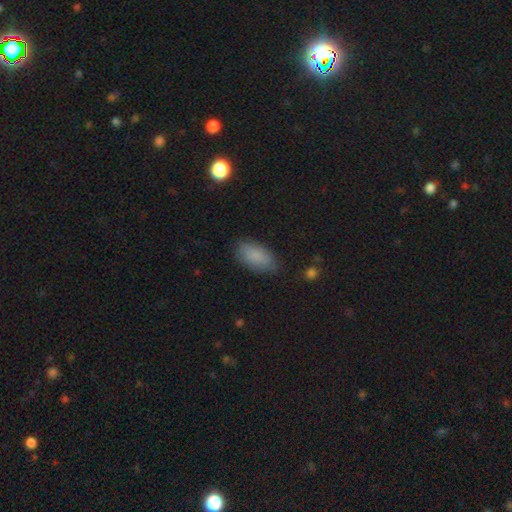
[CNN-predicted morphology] type=smooth (87%); roundness=in between (92%); merging=none (82%).